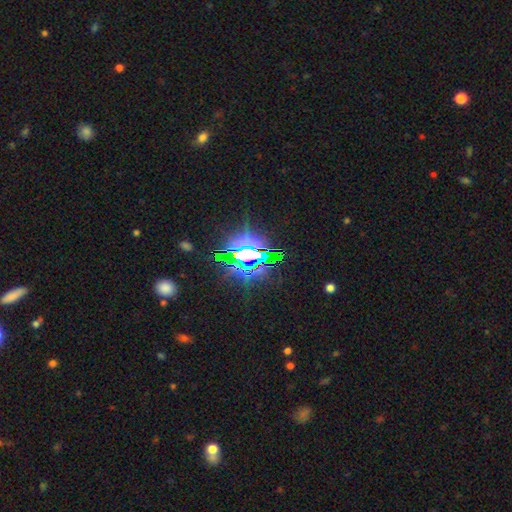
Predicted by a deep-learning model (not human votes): Smooth or featured: star or artifact — 81% (featured or disk — 10%)